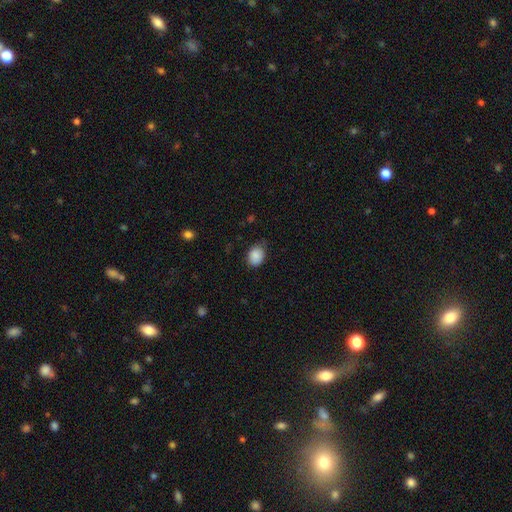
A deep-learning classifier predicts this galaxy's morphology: type=smooth (88%); roundness=in between (60%); merging=none (71%).